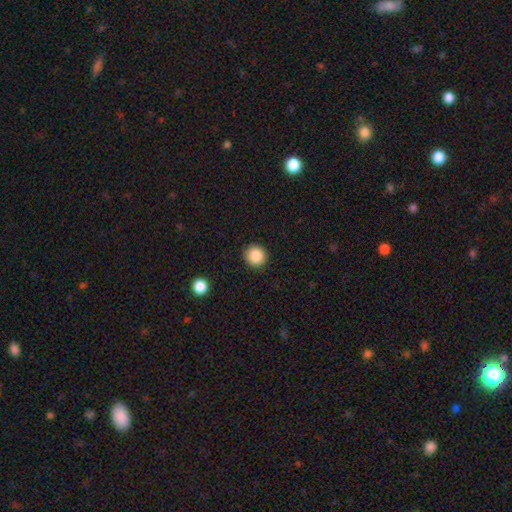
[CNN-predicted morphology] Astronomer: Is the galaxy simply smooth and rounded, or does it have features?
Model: smooth — 87%.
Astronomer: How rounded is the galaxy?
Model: round — 94%.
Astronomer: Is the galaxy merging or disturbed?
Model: none — 92%.